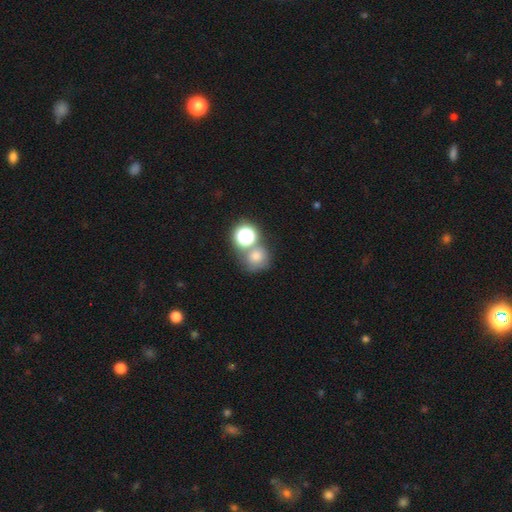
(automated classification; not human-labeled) smooth_or_featured: smooth (p=0.65) [alt: star or artifact p=0.24]
how_rounded: round (p=0.82) [alt: in between p=0.17]
merging: none (p=0.51) [alt: merger p=0.33]